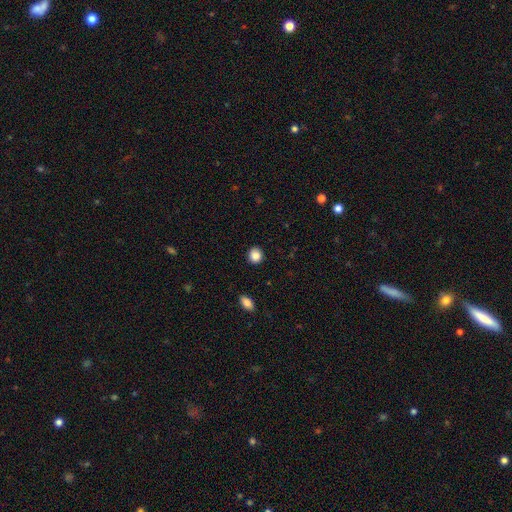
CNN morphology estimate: smooth-or-featured: smooth: 87% | star or artifact: 9% | featured or disk: 3%
  how-rounded: round: 85% | in between: 14% | cigar-shaped: 1%
  merging: none: 91% | minor disturbance: 6% | major disturbance: 2% | merger: 1%